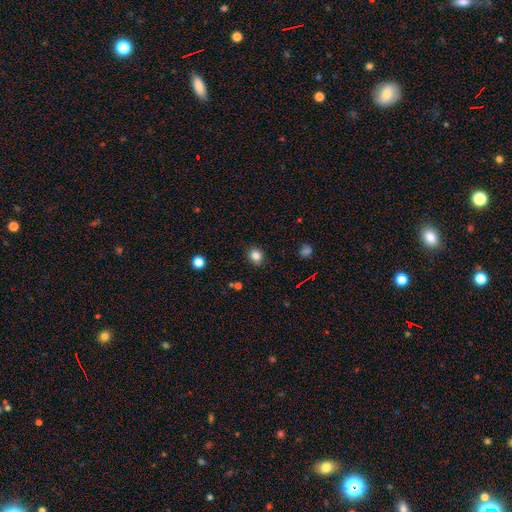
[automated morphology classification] Smooth or featured?
  - smooth: 83% *
  - star or artifact: 12%
  - featured or disk: 5%
How rounded?
  - round: 72% *
  - in between: 27%
  - cigar-shaped: 1%
Merging?
  - none: 86% *
  - minor disturbance: 10%
  - major disturbance: 2%
  - merger: 1%